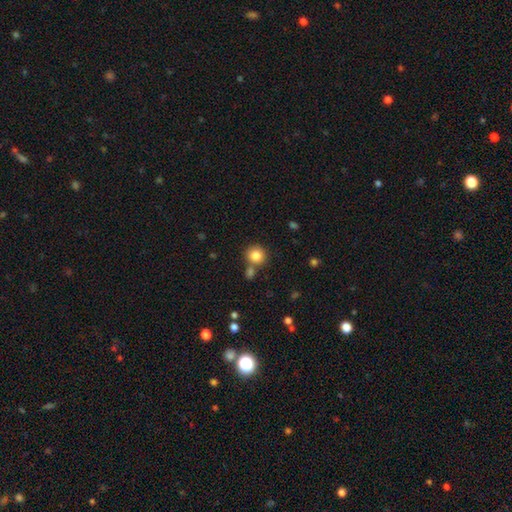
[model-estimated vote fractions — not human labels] Q: Smooth or featured?
A: smooth (84%); runner-up: star or artifact (10%)
Q: How rounded?
A: round (90%); runner-up: in between (9%)
Q: Merging?
A: none (70%); runner-up: merger (18%)